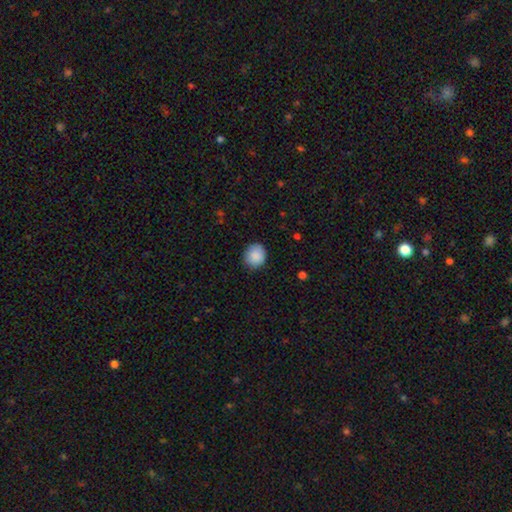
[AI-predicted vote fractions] Morphology: type=smooth (89%); roundness=round (78%); merging=none (85%).